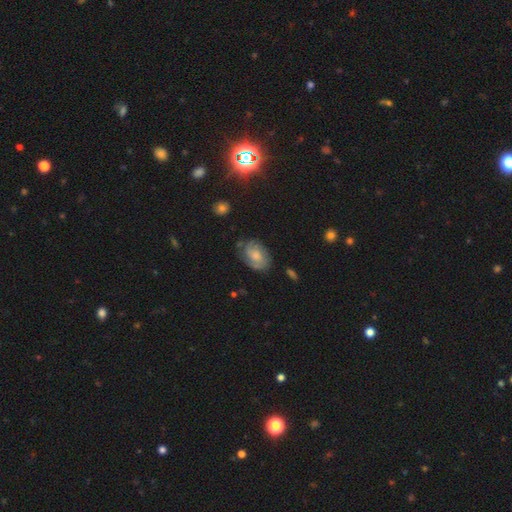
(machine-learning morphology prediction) smooth-or-featured: featured or disk: 60% | smooth: 33% | star or artifact: 8%
  disk-edge-on: no: 96% | yes: 4%
    bar: no: 67% | weak: 29% | strong: 4%
    has-spiral-arms: yes: 86% | no: 14%
    bulge-size: moderate: 46% | small: 36% | none: 9% | large: 8% | dominant: 2%
  merging: none: 69% | minor disturbance: 21% | major disturbance: 7% | merger: 2%